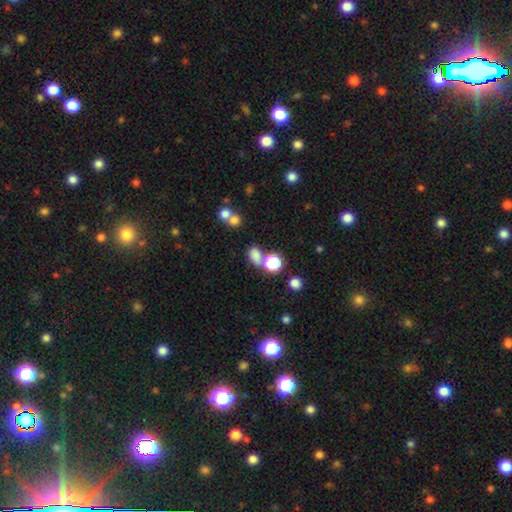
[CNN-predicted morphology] A smooth galaxy with no disk features (74%) that is in between round and cigar-shaped (53%). Merging: none (44%).